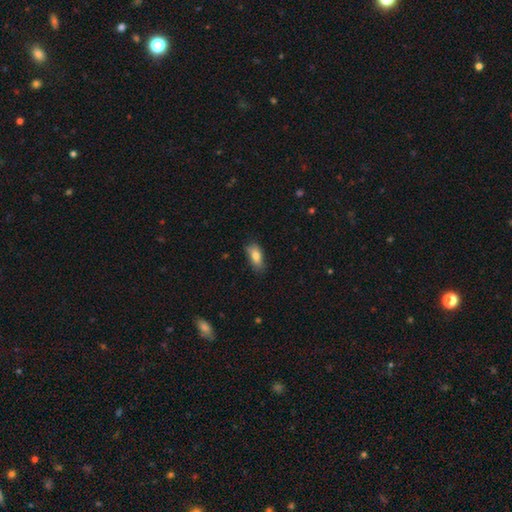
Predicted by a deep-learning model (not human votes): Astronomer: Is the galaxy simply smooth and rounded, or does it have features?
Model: smooth — 80%.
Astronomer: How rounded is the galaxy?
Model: in between — 84%.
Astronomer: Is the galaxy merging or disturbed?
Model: none — 74%.